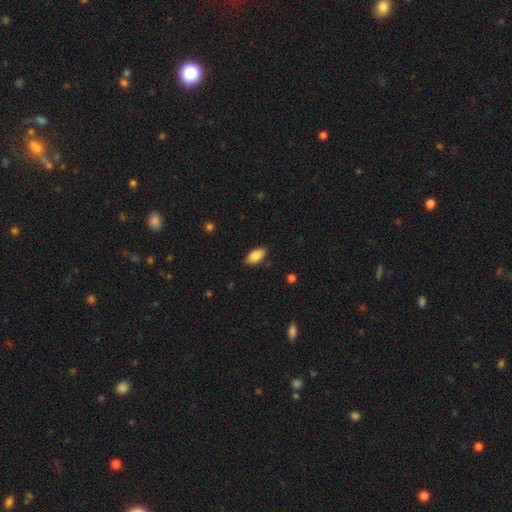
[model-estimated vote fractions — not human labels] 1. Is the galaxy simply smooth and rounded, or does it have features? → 84% smooth, 9% featured or disk, 7% star or artifact.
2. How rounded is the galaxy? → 91% in between, 6% cigar-shaped, 3% round.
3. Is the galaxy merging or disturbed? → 87% none, 10% minor disturbance, 2% major disturbance, 1% merger.